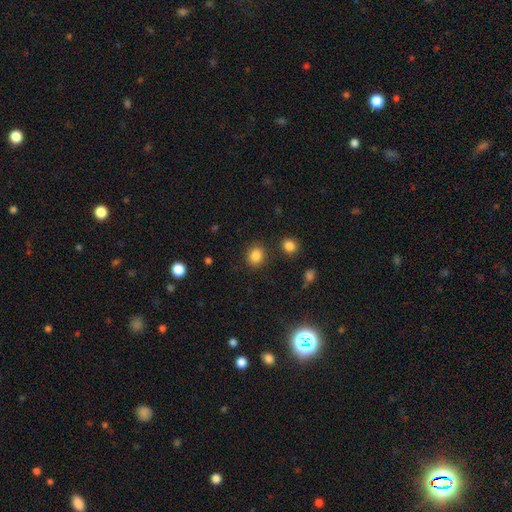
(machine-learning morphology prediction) This appears to be a smooth galaxy with no disk features (85%) that is round (67%). Merging: none (85%).